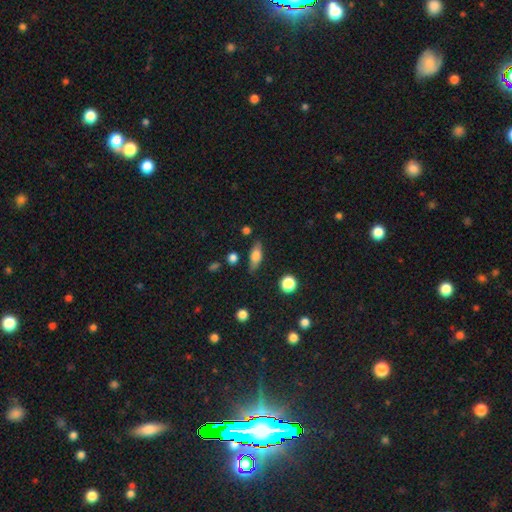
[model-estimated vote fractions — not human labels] Smooth or featured? Predicted: smooth (p=0.66). How rounded? Predicted: in between (p=0.67). Merging? Predicted: none (p=0.79).